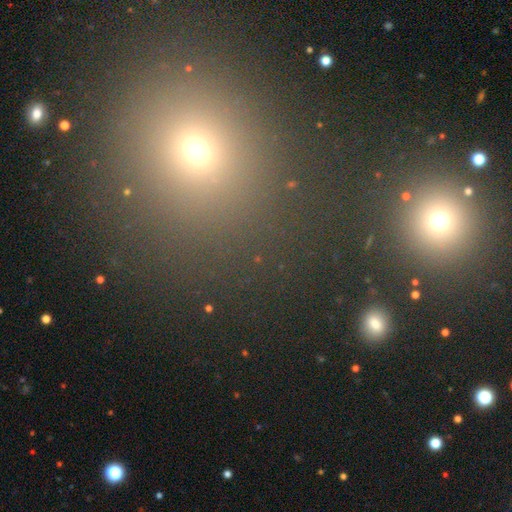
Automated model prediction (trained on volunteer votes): A smooth galaxy with no disk features (50%) that is round (85%).

Vote fractions:
- Smooth or featured? smooth: 50% / star or artifact: 43% / featured or disk: 7%
- How rounded? round: 85% / in between: 14% / cigar-shaped: 2%
- Merging? none: 85% / minor disturbance: 6% / merger: 5% / major disturbance: 3%